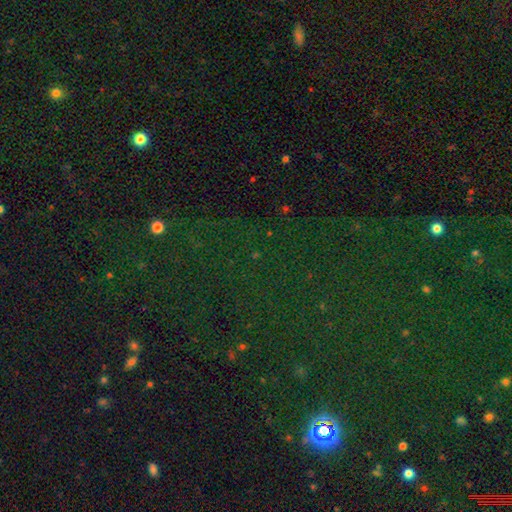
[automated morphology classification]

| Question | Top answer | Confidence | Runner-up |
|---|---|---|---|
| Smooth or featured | star or artifact | 78% | smooth (14%) |